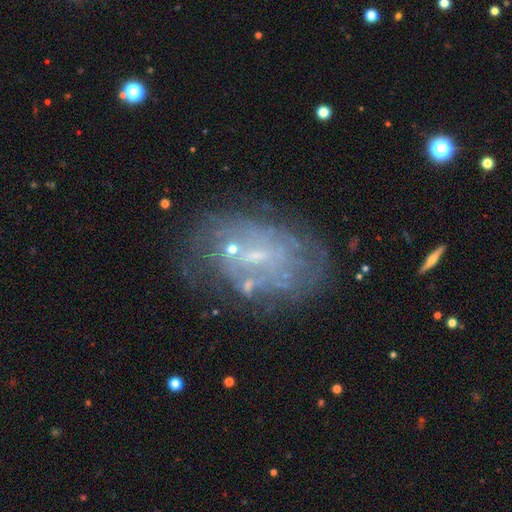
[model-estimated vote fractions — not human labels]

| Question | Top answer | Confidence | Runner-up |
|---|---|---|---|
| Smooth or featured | featured or disk | 68% | smooth (20%) |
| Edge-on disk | no | 96% | yes (4%) |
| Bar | no | 48% | weak (41%) |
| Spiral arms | no | 53% | yes (47%) |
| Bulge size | small | 58% | none (27%) |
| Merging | none | 55% | minor disturbance (22%) |